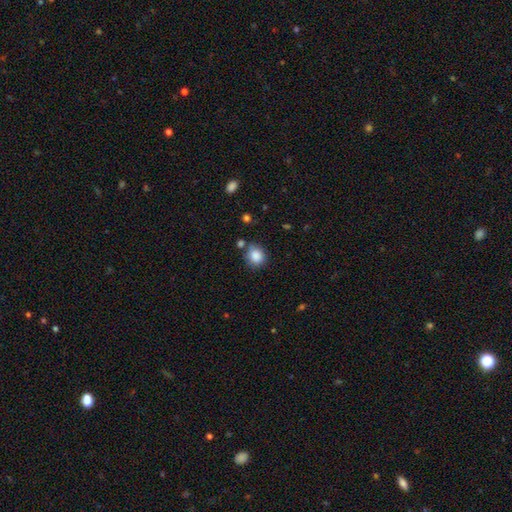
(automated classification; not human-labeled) Overall: smooth (86%). How rounded: round (68%; in between 31%). Merging: none (69%).